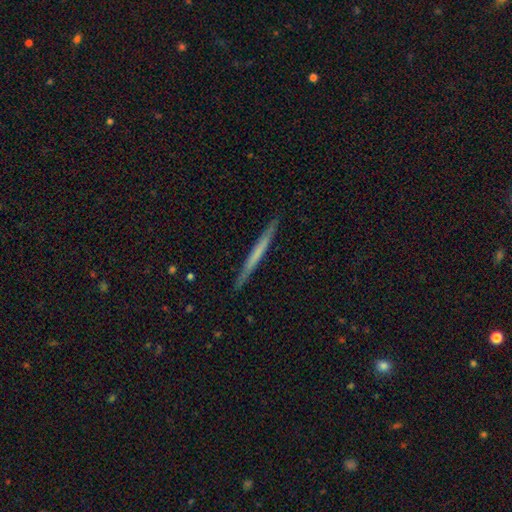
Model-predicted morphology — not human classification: smooth-or-featured: smooth: 48% | featured or disk: 47% | star or artifact: 6%
  merging: none: 90% | minor disturbance: 7% | major disturbance: 1% | merger: 1%